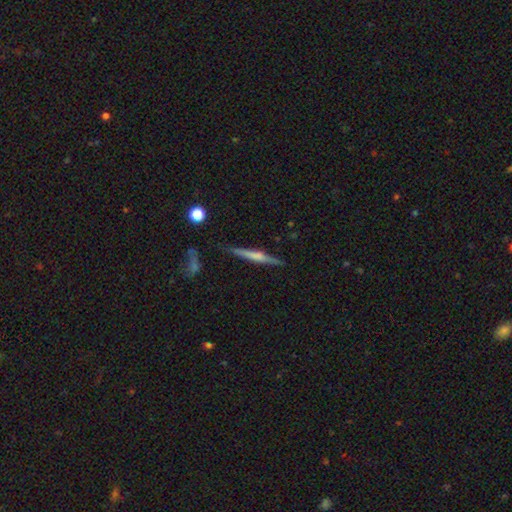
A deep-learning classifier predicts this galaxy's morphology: smooth_or_featured: featured or disk (p=0.57) [alt: smooth p=0.37]
disk_edge_on: yes (p=0.97) [alt: no p=0.03]
edge_on_bulge: rounded (p=0.50) [alt: none p=0.30]
merging: none (p=0.84) [alt: minor disturbance p=0.11]